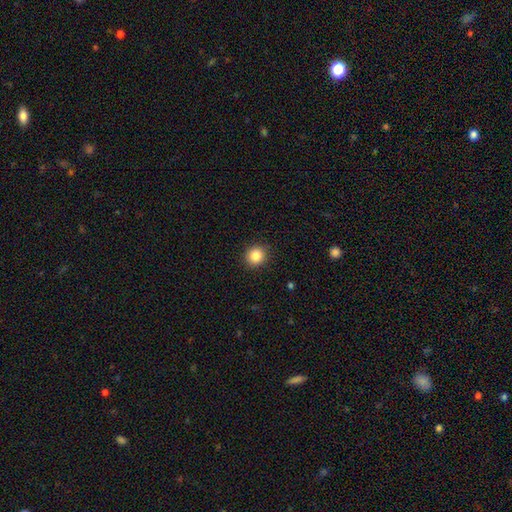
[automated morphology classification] Q: Smooth or featured?
A: smooth (85%); runner-up: star or artifact (10%)
Q: How rounded?
A: round (86%); runner-up: in between (13%)
Q: Merging?
A: none (91%); runner-up: minor disturbance (6%)